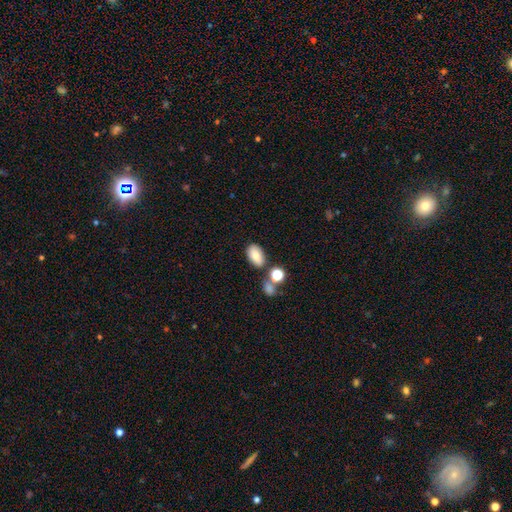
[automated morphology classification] A smooth galaxy with no disk features (79%) that is in between round and cigar-shaped (89%). Merging: none (69%).